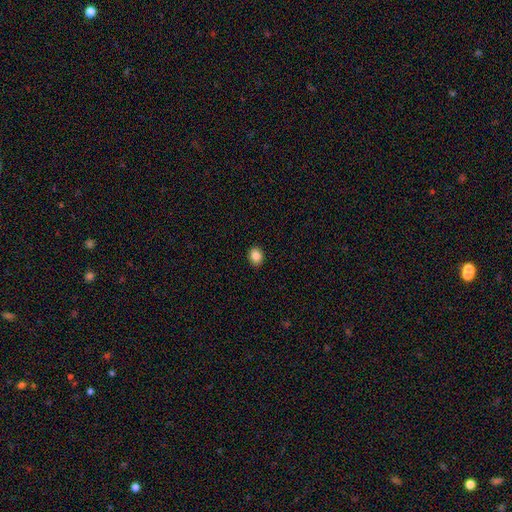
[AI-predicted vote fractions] This is clearly a smooth galaxy (87%). How rounded: possibly round (53%). Merging: clearly none (91%).